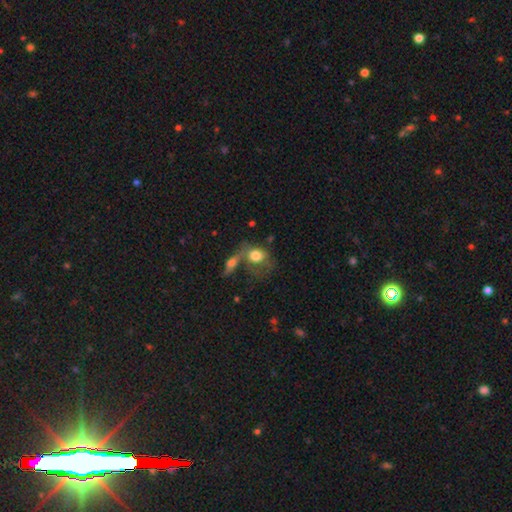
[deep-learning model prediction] Morphology: type=smooth (70%); roundness=in between (57%); merging=merger (45%).